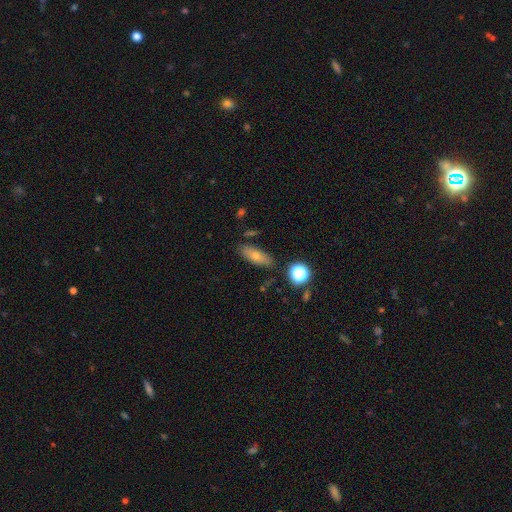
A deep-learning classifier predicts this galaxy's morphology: This is likely a smooth galaxy (67%). How rounded: likely in between (66%). Merging: likely none (80%).